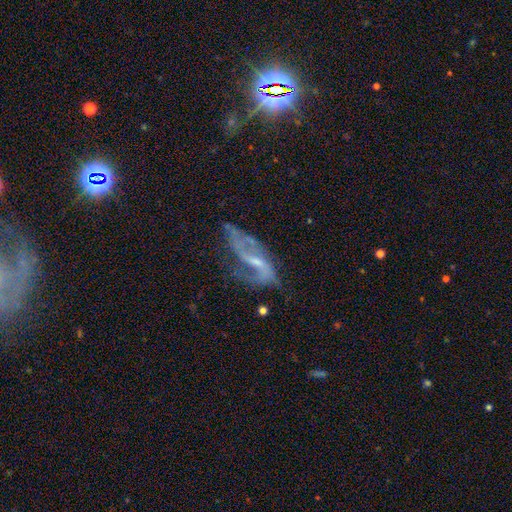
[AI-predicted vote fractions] This is likely a featured or disk galaxy (76%). It is clearly not viewed edge-on (90%). Bar: marginally weak (42%). Spiral arm pattern: clearly yes (91%). Spiral arm count: likely 2 (73%). Spiral winding: possibly loose (53%). Central bulge: likely small (63%). Merging: possibly none (54%).